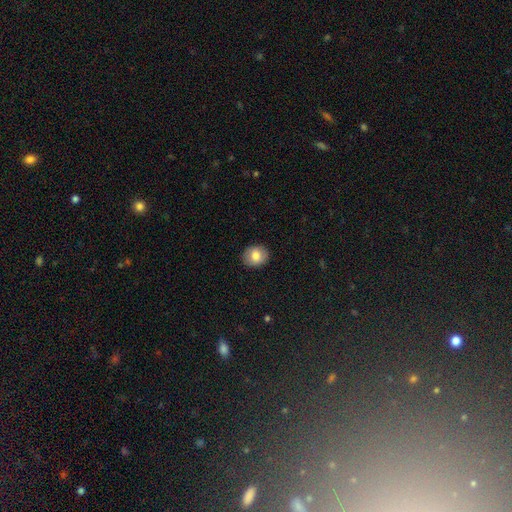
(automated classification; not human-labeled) A smooth galaxy with no disk features (80%) that is round (66%).

Vote fractions:
- Smooth or featured? smooth: 80% / featured or disk: 13% / star or artifact: 8%
- How rounded? round: 66% / in between: 33% / cigar-shaped: 1%
- Merging? none: 89% / minor disturbance: 8% / major disturbance: 2% / merger: 1%